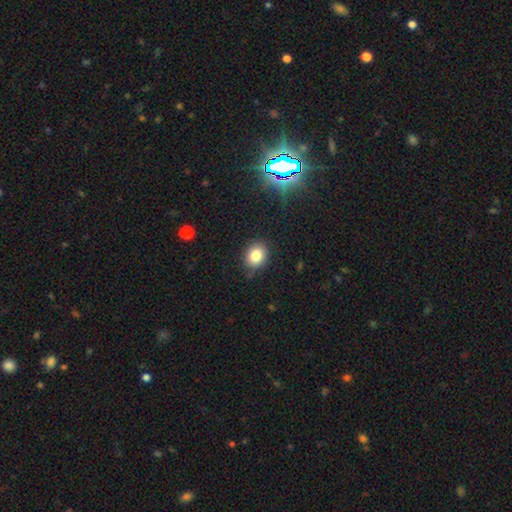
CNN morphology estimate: A smooth galaxy with no disk features (82%) that is round (58%).

Vote fractions:
- Smooth or featured? smooth: 82% / star or artifact: 11% / featured or disk: 7%
- How rounded? round: 58% / in between: 41% / cigar-shaped: 1%
- Merging? none: 85% / minor disturbance: 11% / major disturbance: 3% / merger: 2%